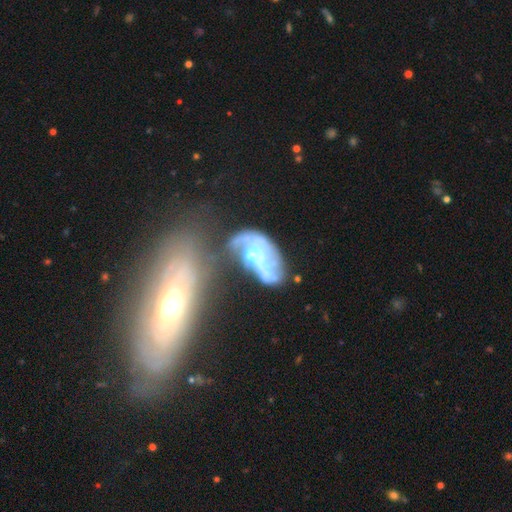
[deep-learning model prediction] The model was most divided on "merging": merger: 37%, major disturbance: 34%, none: 17%, minor disturbance: 12%. More confident: edge-on disk — no (96%); smooth or featured — featured or disk (74%); bar — no (60%); spiral arms — yes (59%); bulge size — moderate (54%).